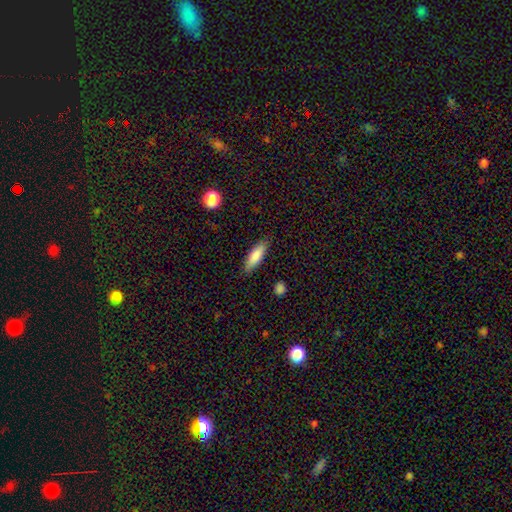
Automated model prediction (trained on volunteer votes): This is clearly a smooth galaxy (83%). How rounded: possibly cigar-shaped (52%). Merging: clearly none (86%).